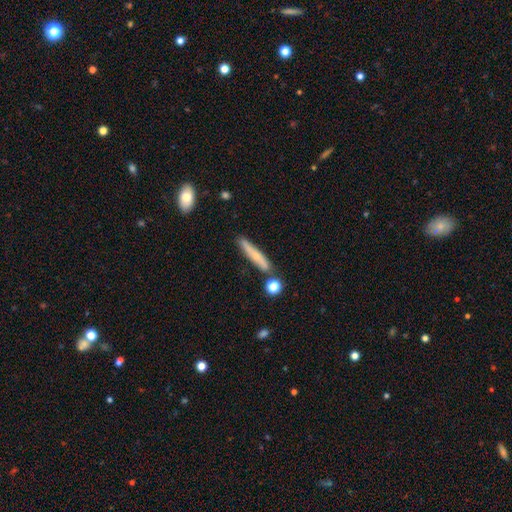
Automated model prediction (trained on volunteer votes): Smooth or featured?
  - smooth: 53% *
  - featured or disk: 40%
  - star or artifact: 7%
How rounded?
  - cigar-shaped: 90% *
  - in between: 8%
  - round: 2%
Merging?
  - none: 76% *
  - minor disturbance: 15%
  - merger: 6%
  - major disturbance: 3%